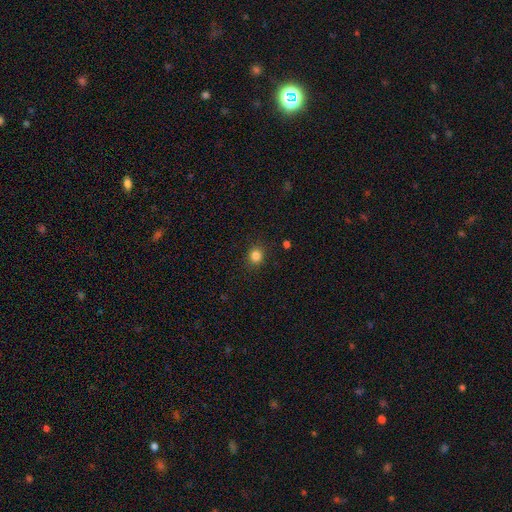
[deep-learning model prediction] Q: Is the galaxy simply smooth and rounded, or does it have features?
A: smooth — 84%.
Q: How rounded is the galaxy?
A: round — 77%.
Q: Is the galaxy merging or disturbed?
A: none — 89%.